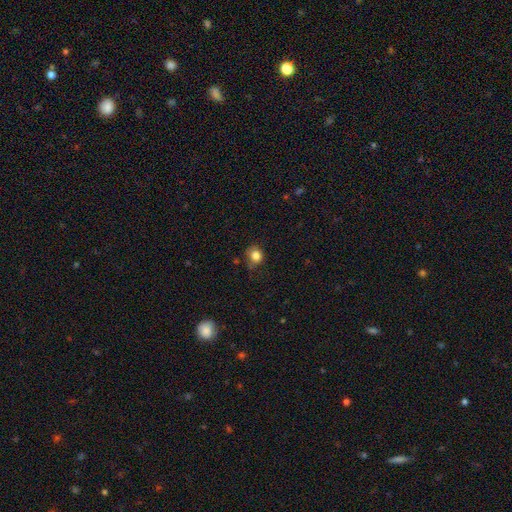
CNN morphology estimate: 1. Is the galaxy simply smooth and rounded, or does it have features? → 82% smooth, 11% star or artifact, 7% featured or disk.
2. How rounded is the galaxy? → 74% round, 26% in between, 1% cigar-shaped.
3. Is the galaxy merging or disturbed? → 60% none, 29% minor disturbance, 9% major disturbance, 2% merger.